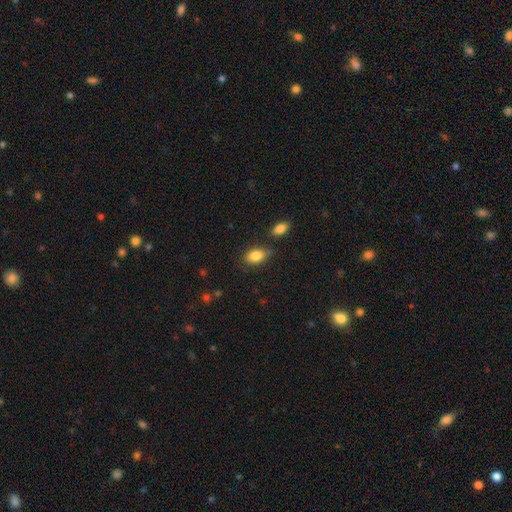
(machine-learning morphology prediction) Overall: smooth (85%). How rounded: in between (87%). Merging: none (70%).